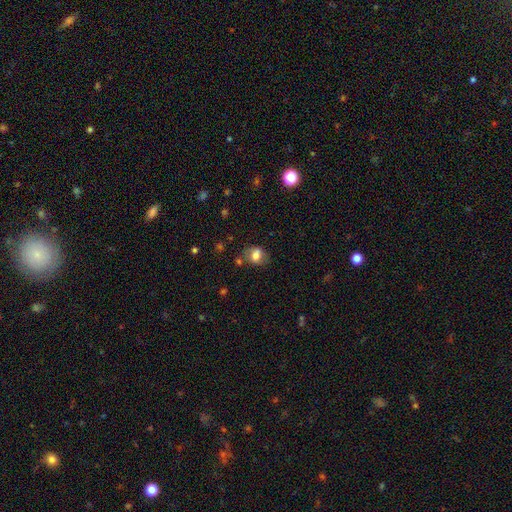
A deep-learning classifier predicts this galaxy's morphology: Smooth or featured? smooth (72%)
How rounded? in between (57%)
Merging? none (67%)